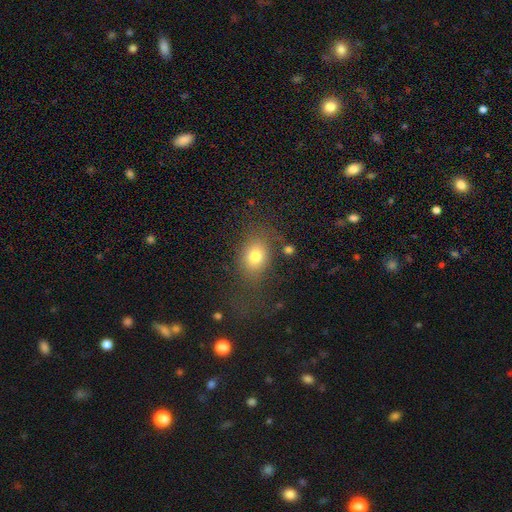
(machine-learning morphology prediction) Overall: smooth (77%). How rounded: in between (56%; round 42%). Merging: none (59%).